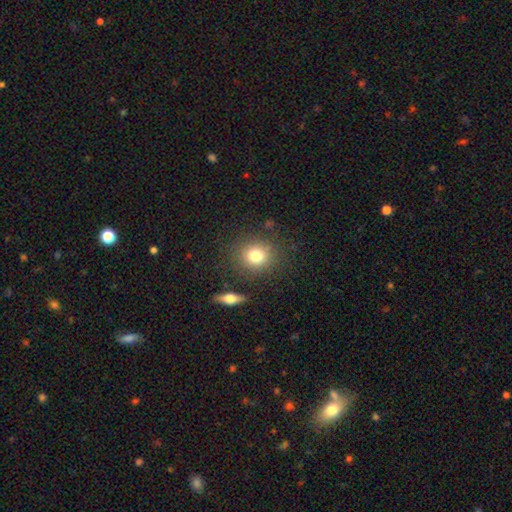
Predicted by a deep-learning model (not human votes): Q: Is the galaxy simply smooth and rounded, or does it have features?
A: smooth — 79%.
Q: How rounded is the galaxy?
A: round — 82%.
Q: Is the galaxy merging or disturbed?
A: none — 84%.